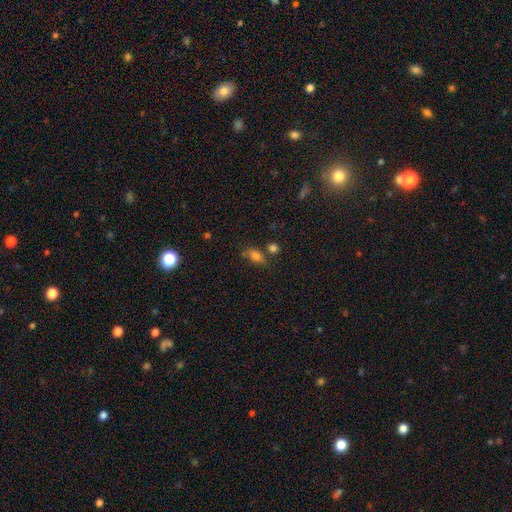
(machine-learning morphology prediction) Q: Smooth or featured?
A: smooth (77%); runner-up: star or artifact (14%)
Q: How rounded?
A: in between (81%); runner-up: round (13%)
Q: Merging?
A: none (57%); runner-up: minor disturbance (19%)